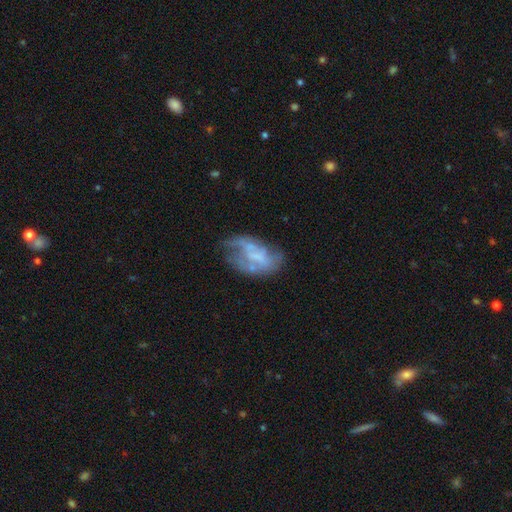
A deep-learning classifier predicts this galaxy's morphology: type=featured or disk (63%); edge-on=no (97%); bar=no (59%); spiral arms=no (50%, tied with yes); bulge=none (58%); merging=none (37%).